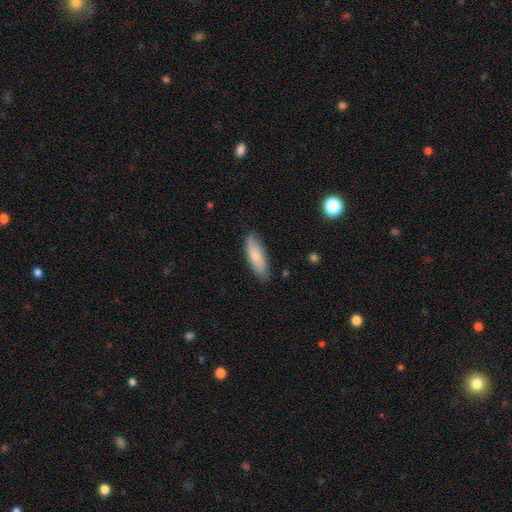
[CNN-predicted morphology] This is likely a smooth galaxy (78%). How rounded: possibly in between (54%). Merging: clearly none (82%).